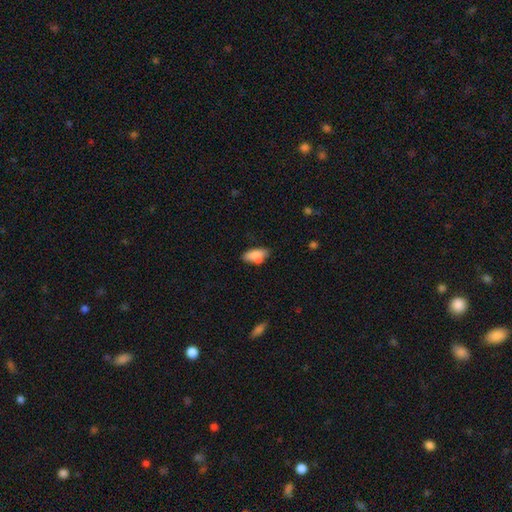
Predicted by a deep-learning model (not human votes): Q: Smooth or featured?
A: smooth (80%); runner-up: featured or disk (12%)
Q: How rounded?
A: in between (86%); runner-up: cigar-shaped (11%)
Q: Merging?
A: none (52%); runner-up: minor disturbance (29%)